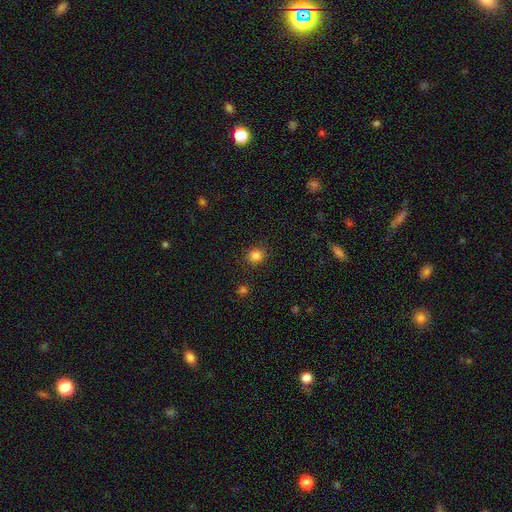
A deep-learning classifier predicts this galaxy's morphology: Smooth or featured: smooth — 84% (star or artifact — 12%)
How rounded: round — 83% (in between — 16%)
Merging: none — 89% (minor disturbance — 7%)